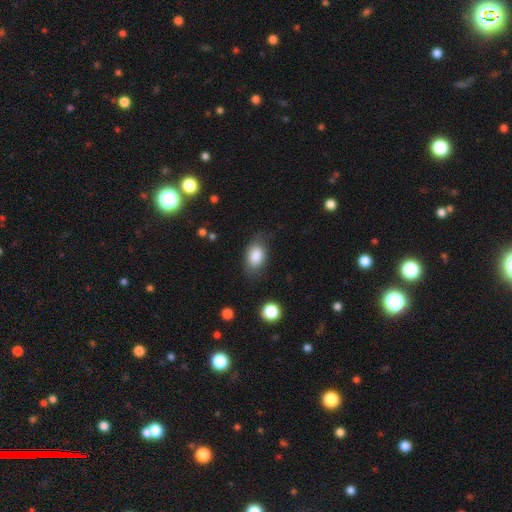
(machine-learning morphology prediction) smooth_or_featured: smooth (p=0.85) [alt: featured or disk p=0.08]
how_rounded: in between (p=0.86) [alt: round p=0.12]
merging: none (p=0.72) [alt: minor disturbance p=0.20]